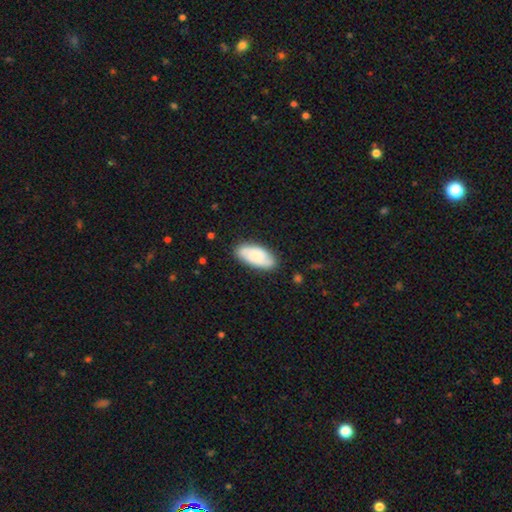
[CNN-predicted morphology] smooth 67%, featured or disk 26%, star or artifact 7%. Down the decision tree: how rounded — in between (90%); merging — none (79%).